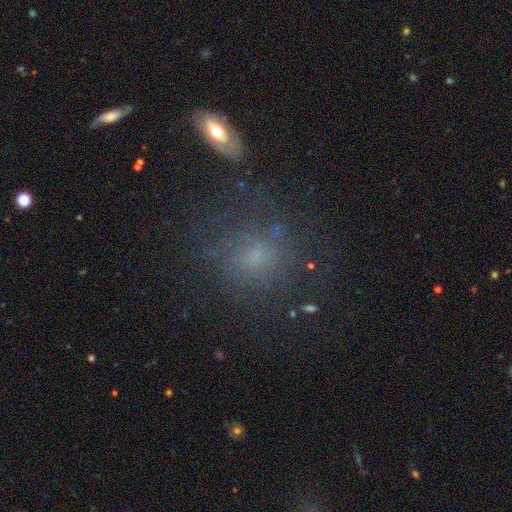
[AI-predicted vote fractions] Morphology: type=smooth (53%); roundness=round (68%); merging=none (67%).